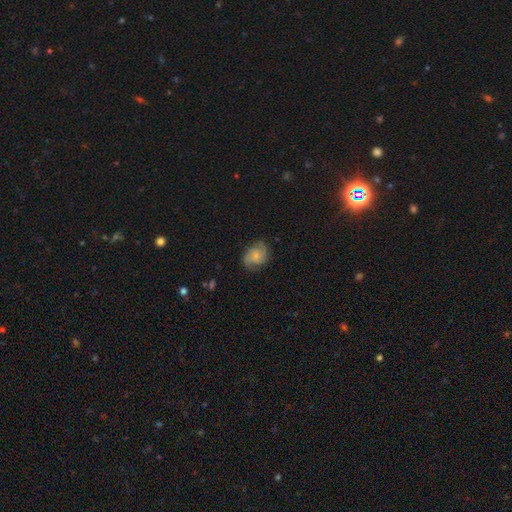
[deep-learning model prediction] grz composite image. It shows a smooth galaxy with no disk features (48%). Merging: none (68%).